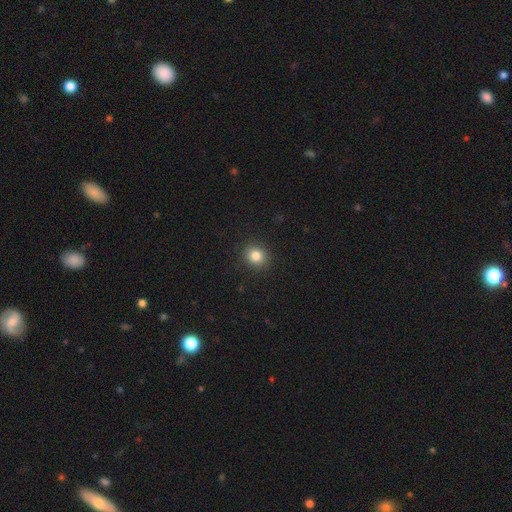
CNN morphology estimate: smooth_or_featured: smooth (p=0.83) [alt: star or artifact p=0.11]
how_rounded: round (p=0.76) [alt: in between p=0.23]
merging: none (p=0.91) [alt: minor disturbance p=0.06]